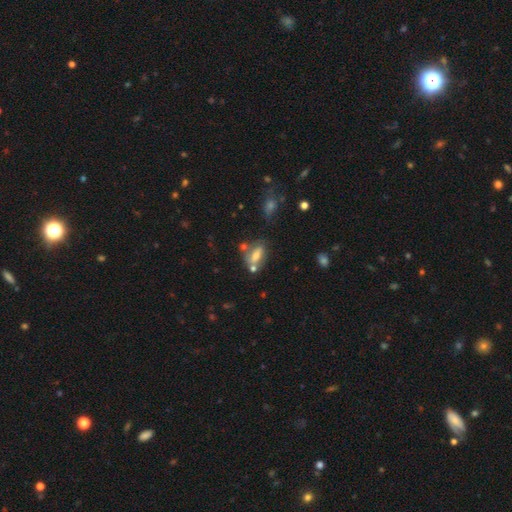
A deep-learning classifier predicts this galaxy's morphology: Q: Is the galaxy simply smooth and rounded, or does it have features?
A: smooth — 62%.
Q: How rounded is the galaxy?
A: in between — 75%.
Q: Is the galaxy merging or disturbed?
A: none — 46%.